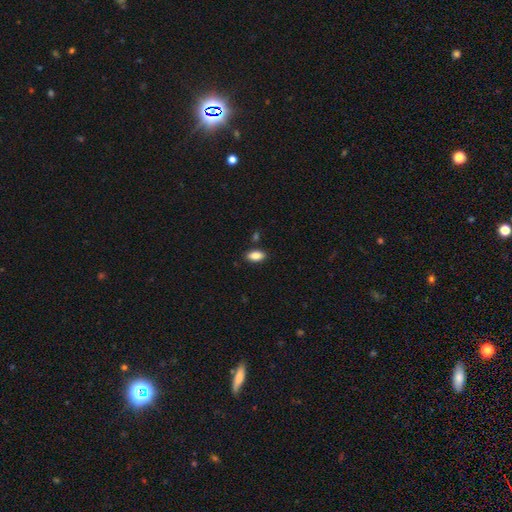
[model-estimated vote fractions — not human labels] This is clearly a smooth galaxy (87%). How rounded: clearly in between (92%). Merging: clearly none (86%).